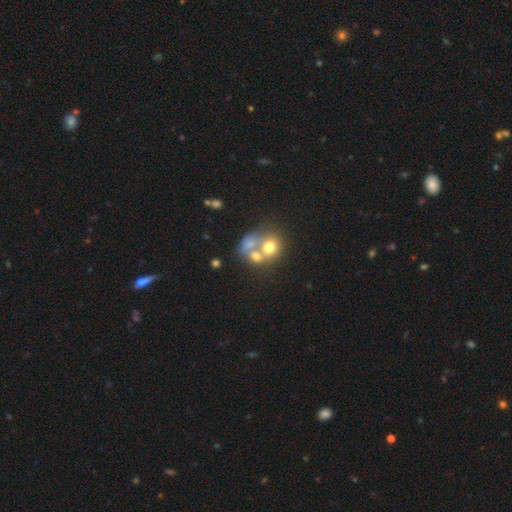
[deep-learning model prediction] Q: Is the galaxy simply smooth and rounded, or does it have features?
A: smooth — 58%.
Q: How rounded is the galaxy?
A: round — 61%.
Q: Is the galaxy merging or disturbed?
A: merger — 63%.